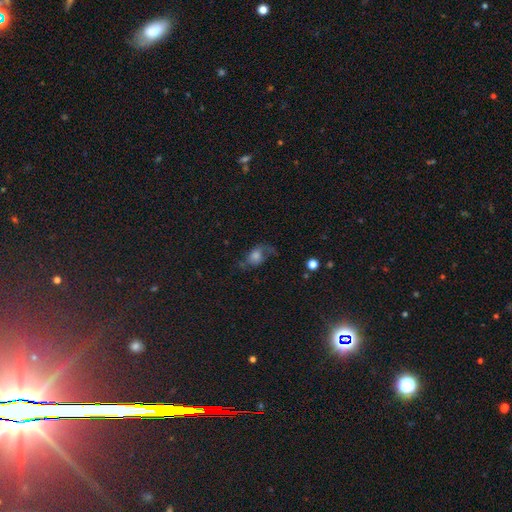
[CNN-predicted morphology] This appears to be a smooth galaxy with no disk features (50%). Merging: none (38%).